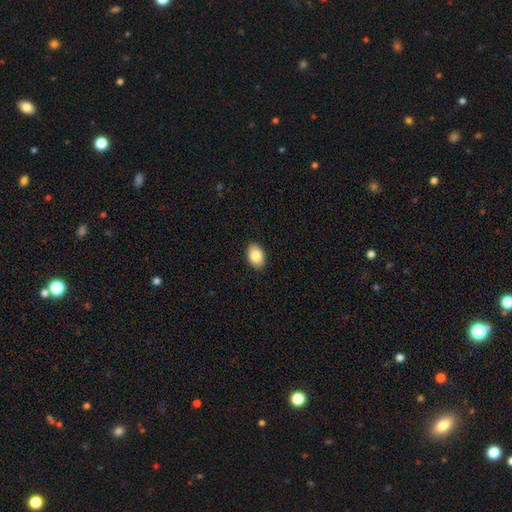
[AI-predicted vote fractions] This is clearly a smooth galaxy (85%). How rounded: clearly in between (81%). Merging: clearly none (90%).